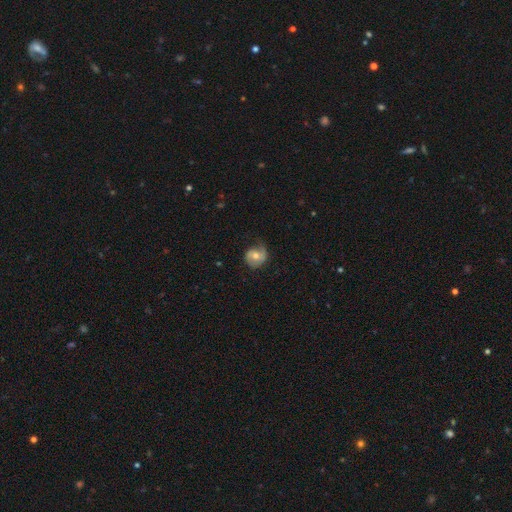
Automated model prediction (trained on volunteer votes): featured or disk 56%, smooth 37%, star or artifact 7%. Down the decision tree: edge-on disk — no (97%); bar — no (53%); spiral arms — yes (84%); bulge size — moderate (68%); merging — none (62%).